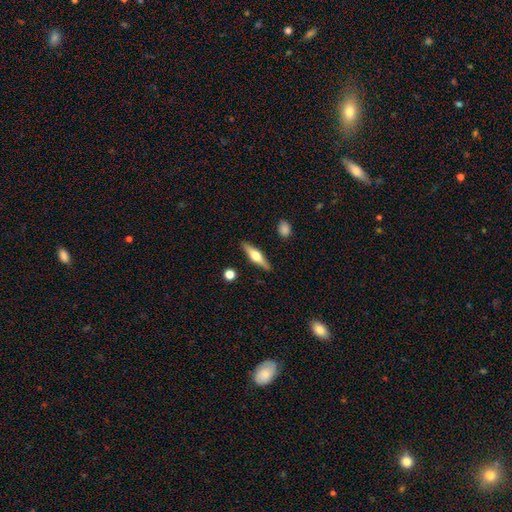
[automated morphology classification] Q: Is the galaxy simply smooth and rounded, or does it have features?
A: featured or disk — 60%.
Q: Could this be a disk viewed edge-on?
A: yes — 95%.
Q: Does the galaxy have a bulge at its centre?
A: rounded — 94%.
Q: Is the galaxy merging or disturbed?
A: none — 88%.